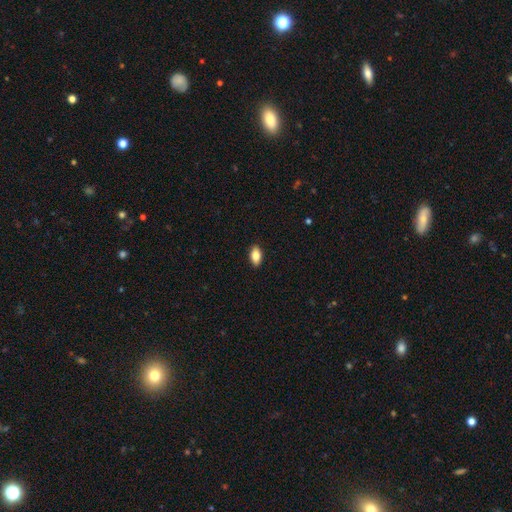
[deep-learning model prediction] Smooth or featured?
  - smooth: 82% *
  - featured or disk: 11%
  - star or artifact: 7%
How rounded?
  - in between: 90% *
  - cigar-shaped: 6%
  - round: 4%
Merging?
  - none: 90% *
  - minor disturbance: 8%
  - major disturbance: 2%
  - merger: 1%